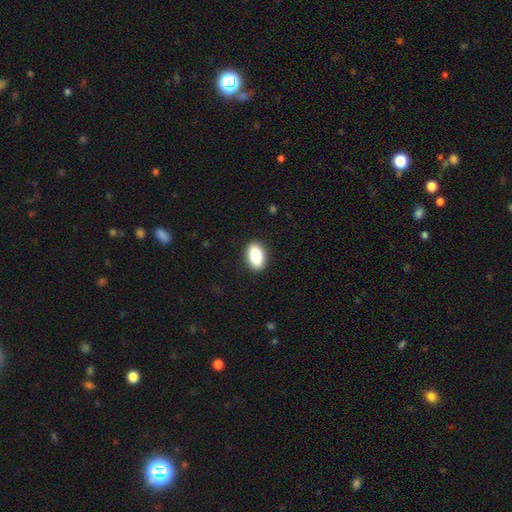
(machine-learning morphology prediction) A smooth galaxy with no disk features (85%) that is in between round and cigar-shaped (91%). Merging: none (89%).